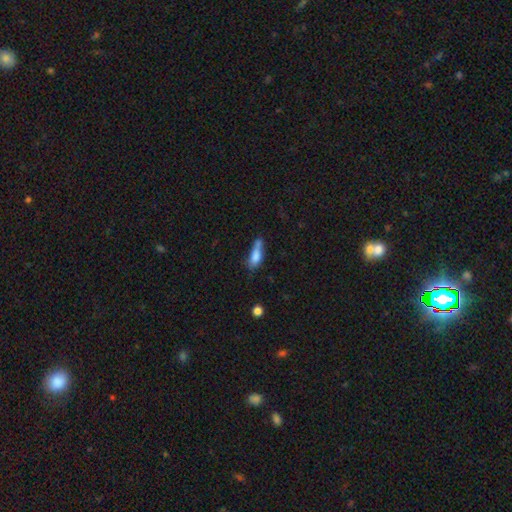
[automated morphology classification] smooth 75%, featured or disk 16%, star or artifact 9%. Down the decision tree: how rounded — in between (60%); merging — none (34%).